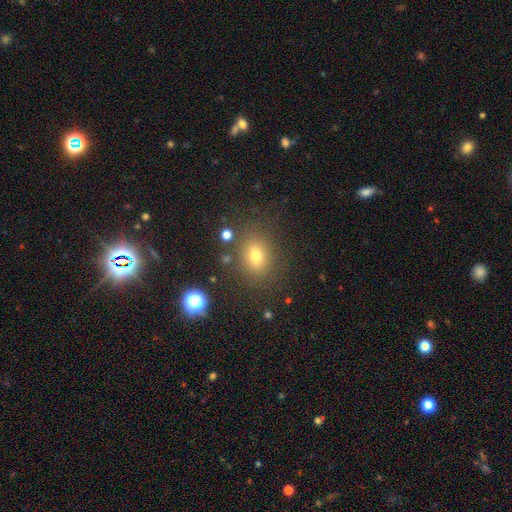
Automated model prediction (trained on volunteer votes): Q: Smooth or featured?
A: smooth (70%); runner-up: star or artifact (18%)
Q: How rounded?
A: in between (52%); runner-up: round (46%)
Q: Merging?
A: none (81%); runner-up: minor disturbance (11%)